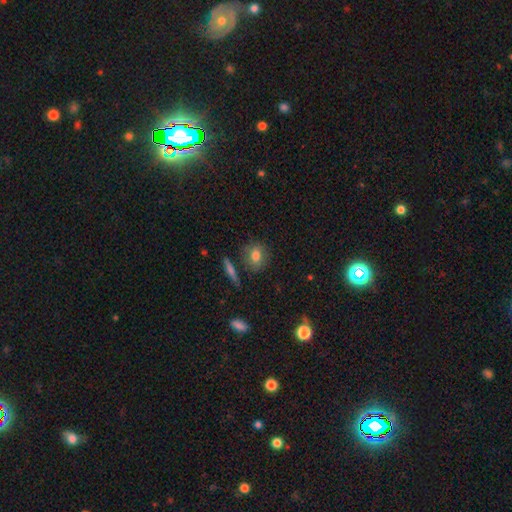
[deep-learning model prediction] Smooth or featured? smooth (77%)
How rounded? round (54%)
Merging? none (77%)